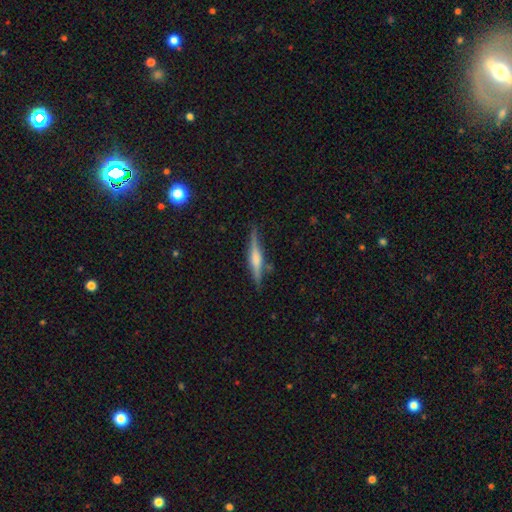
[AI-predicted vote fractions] featured or disk 67%, smooth 26%, star or artifact 7%. Down the decision tree: edge-on disk — yes (98%); edge-on bulge — rounded (65%); merging — none (86%).